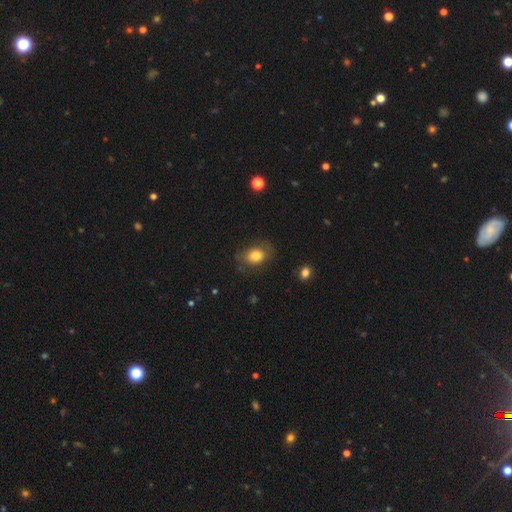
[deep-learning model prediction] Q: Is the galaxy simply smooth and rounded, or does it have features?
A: smooth — 78%.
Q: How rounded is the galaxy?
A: in between — 72%.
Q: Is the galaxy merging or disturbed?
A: none — 72%.